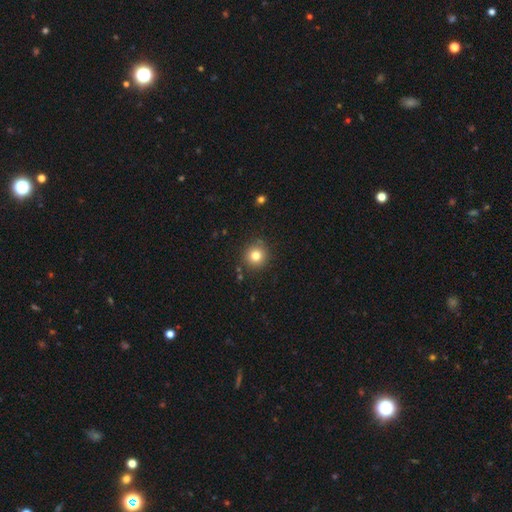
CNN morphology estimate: smooth_or_featured: smooth (p=0.80) [alt: star or artifact p=0.12]
how_rounded: round (p=0.93) [alt: in between p=0.06]
merging: none (p=0.87) [alt: minor disturbance p=0.08]